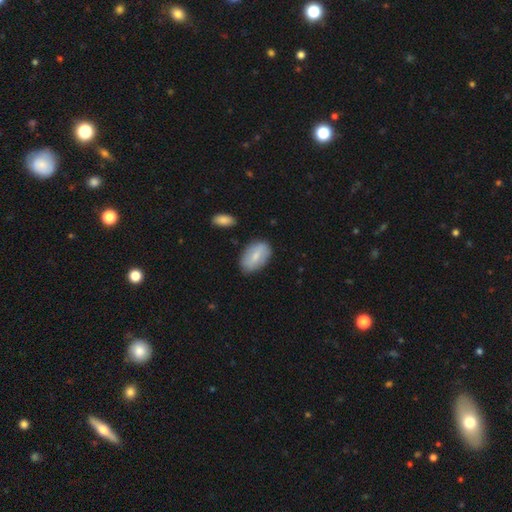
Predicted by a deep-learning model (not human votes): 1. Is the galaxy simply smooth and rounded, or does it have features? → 67% smooth, 27% featured or disk, 6% star or artifact.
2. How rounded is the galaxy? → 92% in between, 6% round, 2% cigar-shaped.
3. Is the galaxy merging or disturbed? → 80% none, 14% minor disturbance, 3% major disturbance, 2% merger.